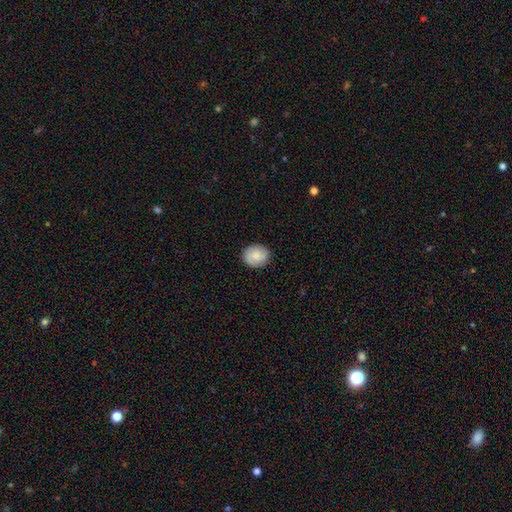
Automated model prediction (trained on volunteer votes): Morphology: type=smooth (81%); roundness=round (67%); merging=none (88%).